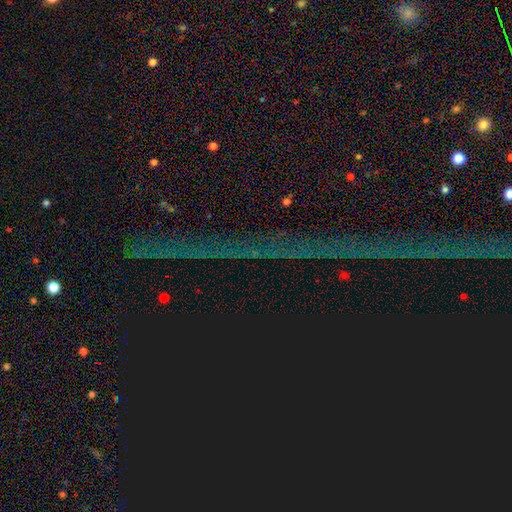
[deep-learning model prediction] A star or artifact, not a galaxy (89%).

Vote fractions:
- Smooth or featured? star or artifact: 89% / featured or disk: 6% / smooth: 5%